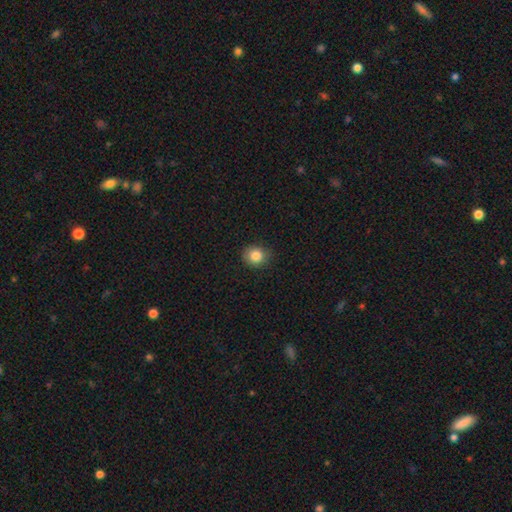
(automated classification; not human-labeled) smooth-or-featured: smooth: 84% | star or artifact: 10% | featured or disk: 5%
  how-rounded: round: 81% | in between: 19% | cigar-shaped: 1%
  merging: none: 86% | minor disturbance: 10% | major disturbance: 2% | merger: 1%